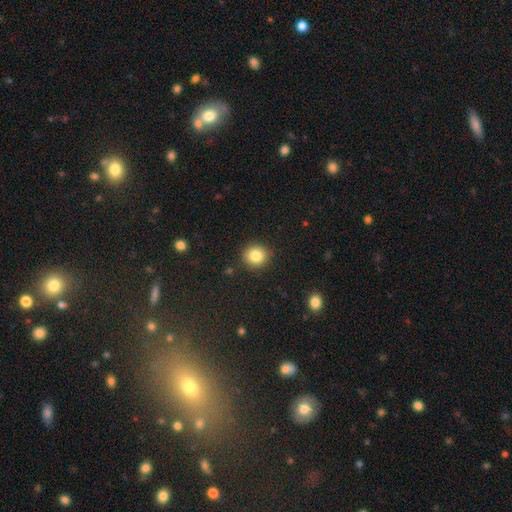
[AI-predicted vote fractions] A smooth galaxy with no disk features (83%) that is round (87%). Merging: none (89%).